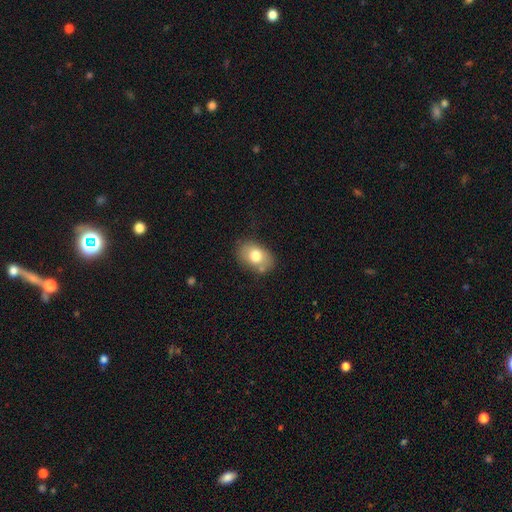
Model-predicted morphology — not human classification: smooth-or-featured: smooth: 75% | featured or disk: 17% | star or artifact: 8%
  how-rounded: in between: 80% | round: 19% | cigar-shaped: 1%
  merging: none: 71% | minor disturbance: 19% | merger: 6% | major disturbance: 5%